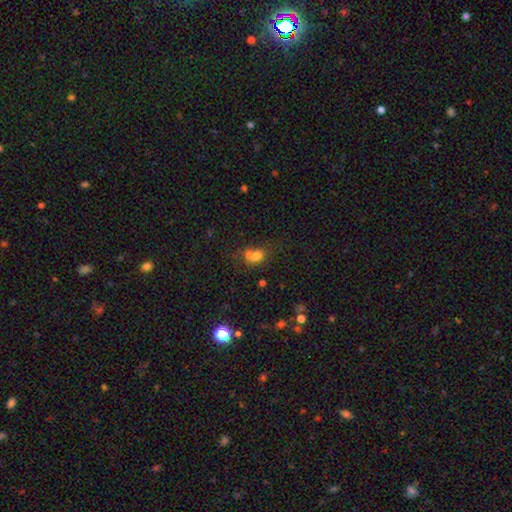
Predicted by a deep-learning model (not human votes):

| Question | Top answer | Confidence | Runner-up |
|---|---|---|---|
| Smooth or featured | smooth | 72% | star or artifact (14%) |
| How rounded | round | 58% | in between (41%) |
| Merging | merger | 48% | none (31%) |